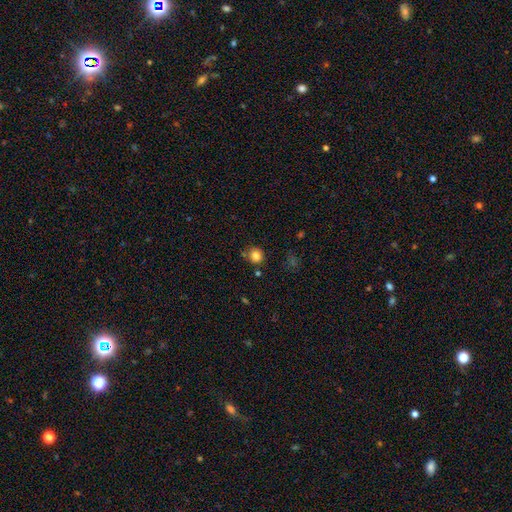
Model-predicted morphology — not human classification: Smooth or featured? Predicted: smooth (p=0.83). How rounded? Predicted: round (p=0.86). Merging? Predicted: none (p=0.77).